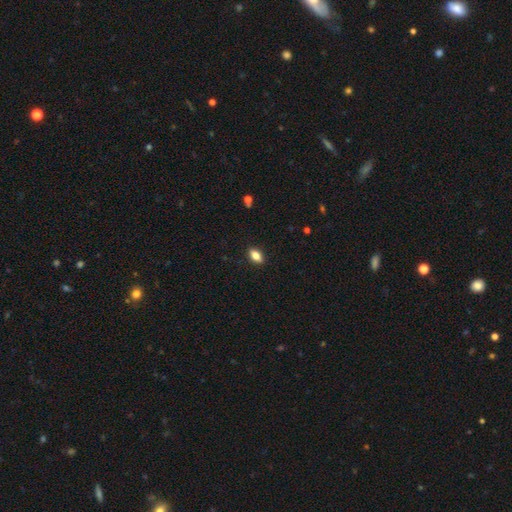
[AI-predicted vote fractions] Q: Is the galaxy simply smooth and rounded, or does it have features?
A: smooth — 81%.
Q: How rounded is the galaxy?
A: in between — 87%.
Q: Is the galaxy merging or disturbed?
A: none — 89%.